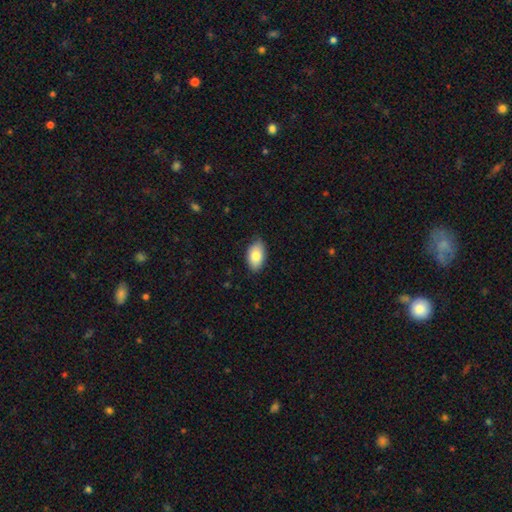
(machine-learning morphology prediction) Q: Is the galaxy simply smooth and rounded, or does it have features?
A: smooth — 83%.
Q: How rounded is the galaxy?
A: in between — 93%.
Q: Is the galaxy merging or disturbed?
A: none — 84%.